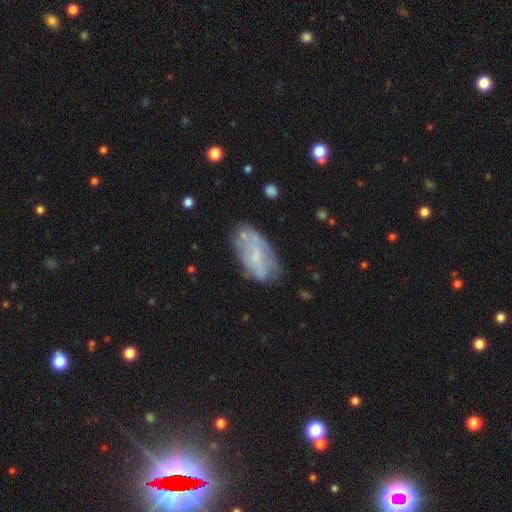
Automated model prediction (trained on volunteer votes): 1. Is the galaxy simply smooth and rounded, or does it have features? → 48% featured or disk, 44% smooth, 8% star or artifact.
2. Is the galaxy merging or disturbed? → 58% none, 27% minor disturbance, 10% major disturbance, 5% merger.